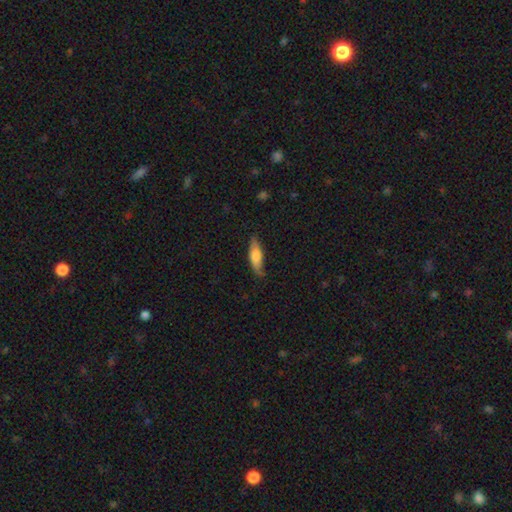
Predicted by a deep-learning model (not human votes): Q: Smooth or featured?
A: smooth (71%); runner-up: featured or disk (23%)
Q: How rounded?
A: cigar-shaped (51%); runner-up: in between (47%)
Q: Merging?
A: none (74%); runner-up: minor disturbance (21%)